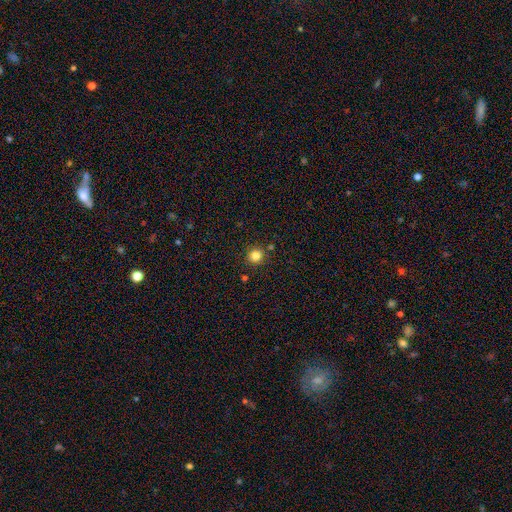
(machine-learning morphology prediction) Smooth or featured: smooth — 82% (star or artifact — 13%)
How rounded: round — 93% (in between — 6%)
Merging: none — 88% (minor disturbance — 6%)